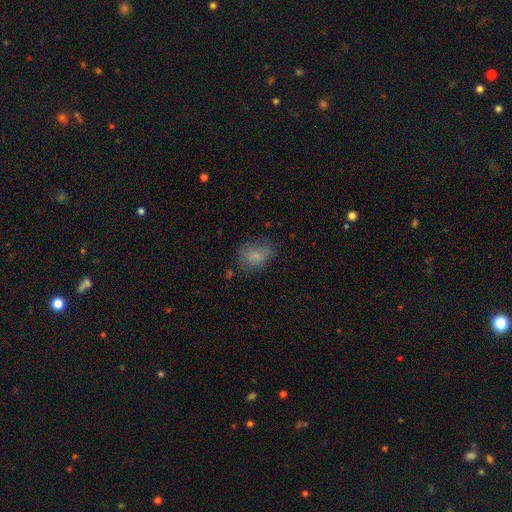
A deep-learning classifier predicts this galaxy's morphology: Smooth or featured: smooth — 77% (featured or disk — 12%)
How rounded: in between — 65% (round — 34%)
Merging: none — 60% (minor disturbance — 26%)